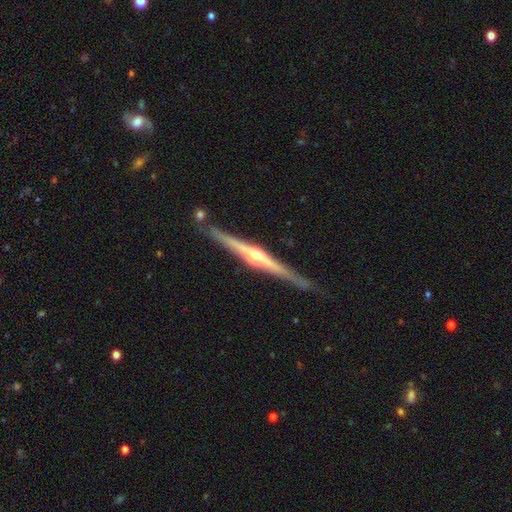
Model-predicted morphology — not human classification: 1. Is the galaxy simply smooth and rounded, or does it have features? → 85% featured or disk, 11% smooth, 5% star or artifact.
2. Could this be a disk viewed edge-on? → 98% yes, 2% no.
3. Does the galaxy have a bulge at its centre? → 91% rounded, 5% boxy, 4% none.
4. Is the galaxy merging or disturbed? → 86% none, 10% minor disturbance, 2% merger, 2% major disturbance.